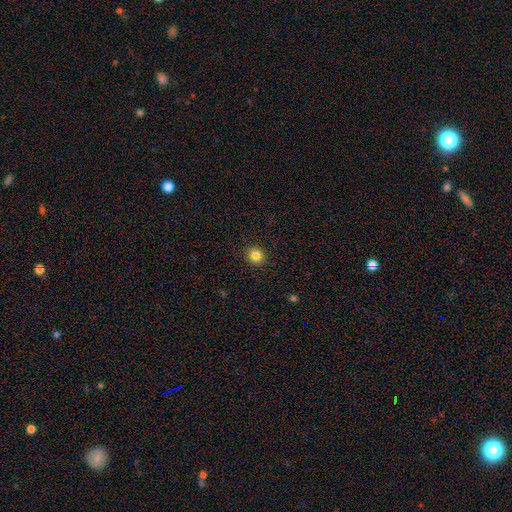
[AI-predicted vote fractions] A smooth galaxy with no disk features (73%) that is round (83%).

Vote fractions:
- Smooth or featured? smooth: 73% / star or artifact: 18% / featured or disk: 9%
- How rounded? round: 83% / in between: 16% / cigar-shaped: 1%
- Merging? none: 86% / minor disturbance: 8% / merger: 4% / major disturbance: 2%